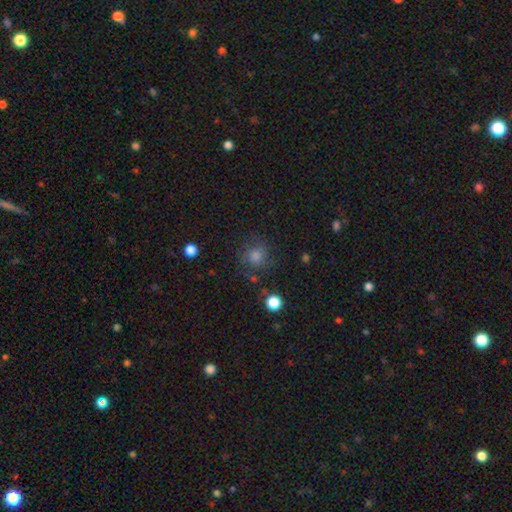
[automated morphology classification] smooth_or_featured: smooth (p=0.64) [alt: star or artifact p=0.20]
how_rounded: round (p=0.87) [alt: in between p=0.12]
merging: none (p=0.76) [alt: minor disturbance p=0.15]